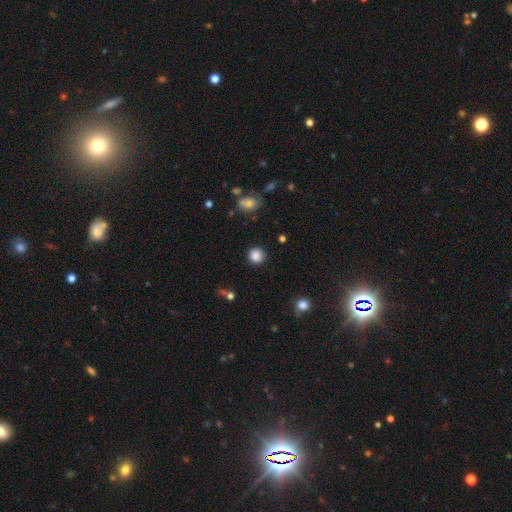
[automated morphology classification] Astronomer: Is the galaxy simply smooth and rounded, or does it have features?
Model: smooth — 85%.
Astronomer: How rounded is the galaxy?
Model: round — 90%.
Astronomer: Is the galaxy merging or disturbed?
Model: none — 88%.